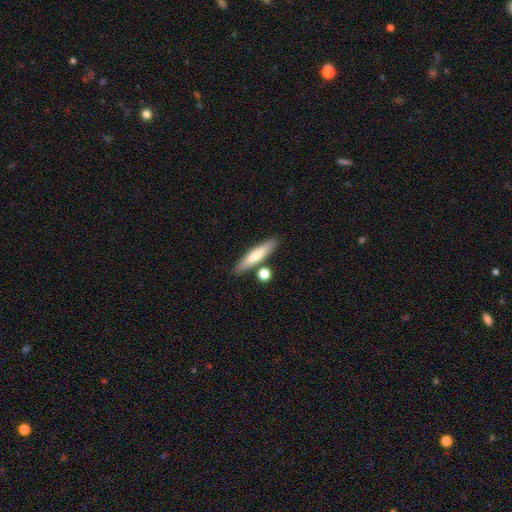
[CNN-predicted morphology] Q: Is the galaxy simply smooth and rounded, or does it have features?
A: smooth — 69%.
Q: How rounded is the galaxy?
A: cigar-shaped — 84%.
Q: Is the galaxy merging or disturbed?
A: none — 79%.